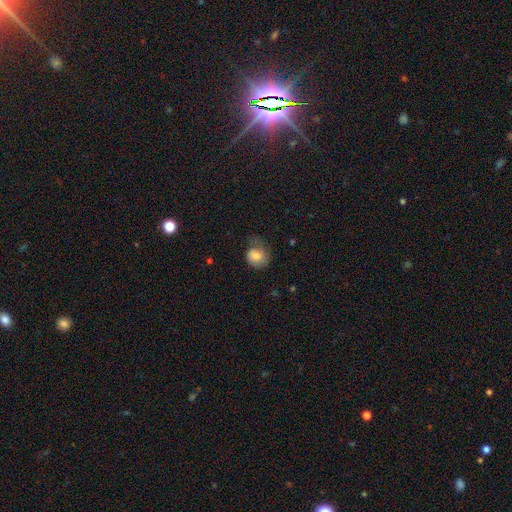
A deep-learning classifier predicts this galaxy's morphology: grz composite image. It shows a smooth galaxy with no disk features (76%) that is round (67%). Merging: none (44%).